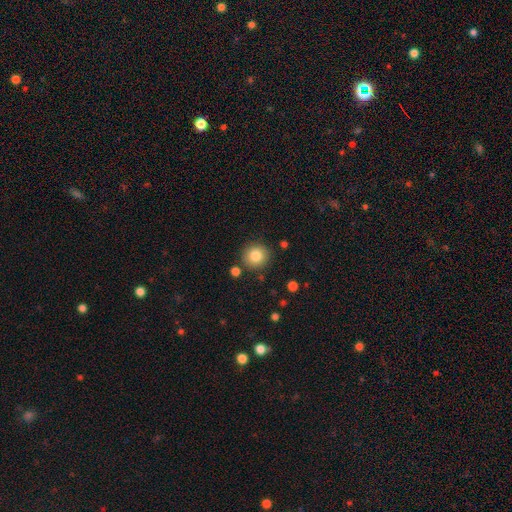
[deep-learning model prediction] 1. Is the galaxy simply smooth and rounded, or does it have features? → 83% smooth, 10% star or artifact, 8% featured or disk.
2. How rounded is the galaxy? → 89% round, 10% in between, 1% cigar-shaped.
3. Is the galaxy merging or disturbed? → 86% none, 8% minor disturbance, 4% merger, 2% major disturbance.